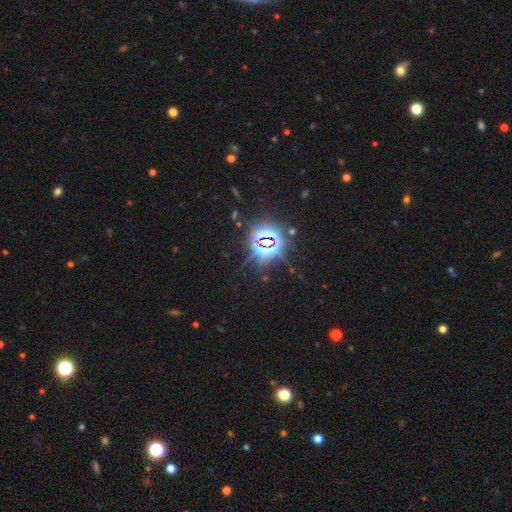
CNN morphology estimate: type=star or artifact (83%).